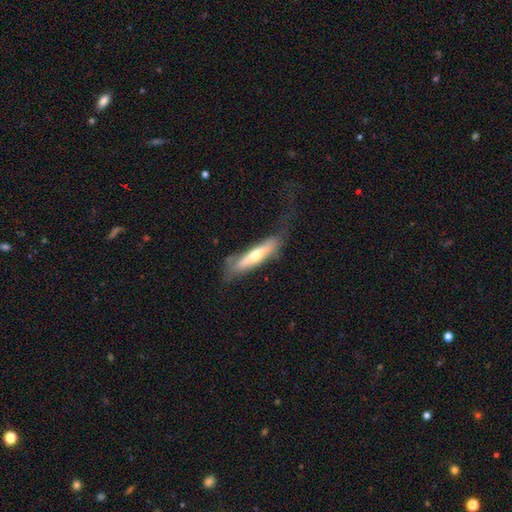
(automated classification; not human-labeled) Q: Smooth or featured?
A: featured or disk (49%); runner-up: smooth (45%)
Q: Merging?
A: none (52%); runner-up: minor disturbance (25%)